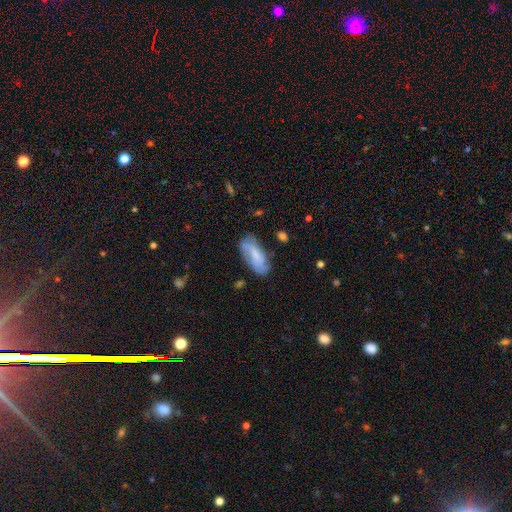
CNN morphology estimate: Smooth or featured: smooth — 56% (featured or disk — 36%)
How rounded: in between — 81% (cigar-shaped — 17%)
Merging: none — 66% (minor disturbance — 24%)